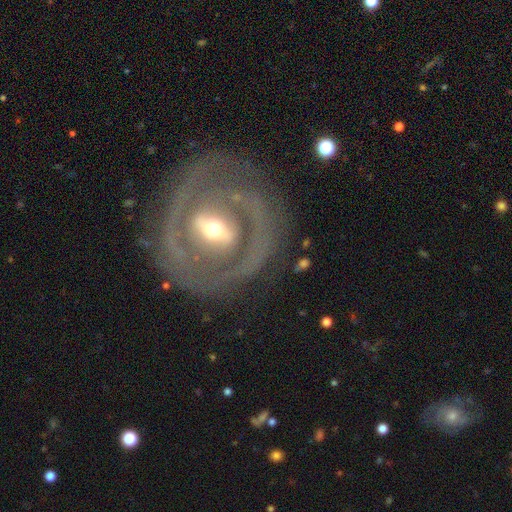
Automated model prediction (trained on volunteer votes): Overall: featured or disk (82%). Edge-on disk: no (95%). Bar: weak (37%; strong 33%). Spiral arms: yes (72%). Spiral arm count: 2 (57%; can't tell 20%). Spiral winding: tight (62%; medium 29%). Bulge size: moderate (60%; small 28%). Merging: none (77%).